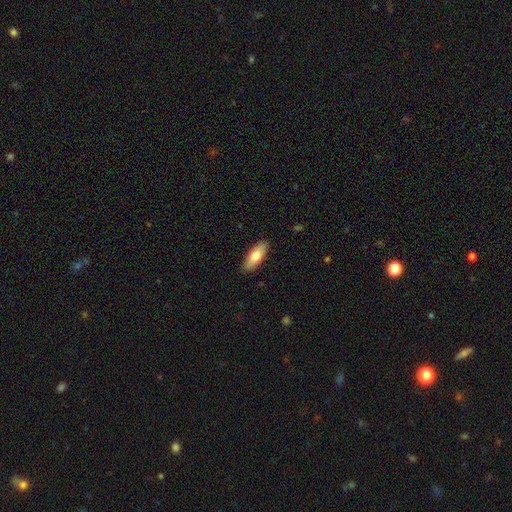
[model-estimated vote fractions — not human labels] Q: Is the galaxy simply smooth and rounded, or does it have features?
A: smooth — 75%.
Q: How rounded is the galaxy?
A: in between — 71%.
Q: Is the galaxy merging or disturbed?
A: none — 89%.